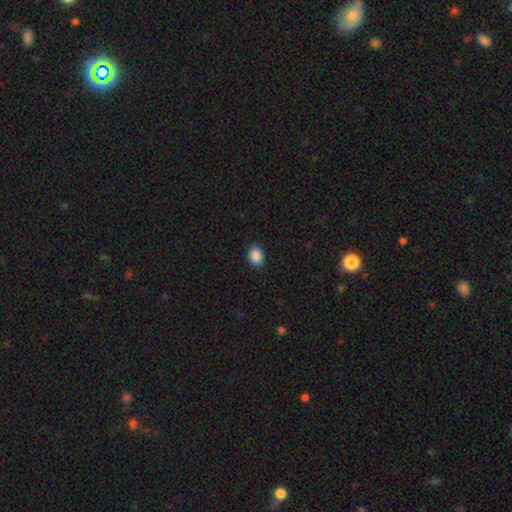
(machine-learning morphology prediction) Overall: smooth (88%). How rounded: in between (55%; round 44%). Merging: none (89%).